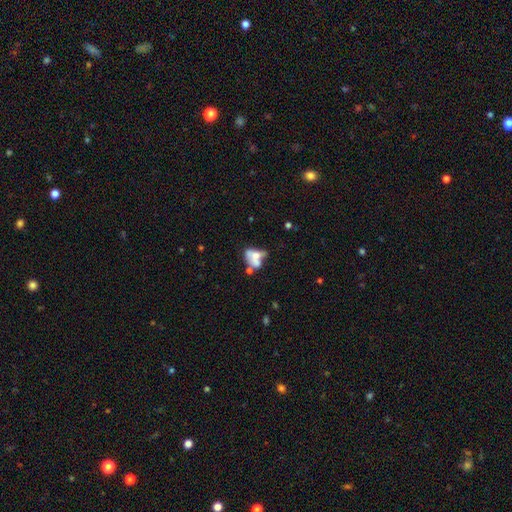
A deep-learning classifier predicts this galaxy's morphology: The model was most divided on "smooth or featured": smooth: 48%, featured or disk: 41%, star or artifact: 11%. Remaining: merging — merger (48%).